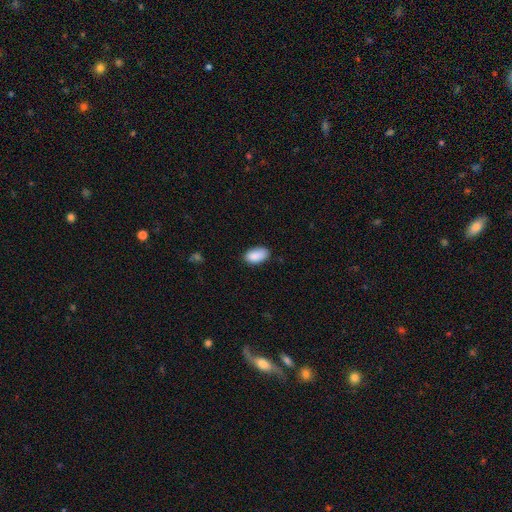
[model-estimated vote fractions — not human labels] Q: Smooth or featured?
A: smooth (90%); runner-up: star or artifact (7%)
Q: How rounded?
A: in between (94%); runner-up: round (4%)
Q: Merging?
A: none (80%); runner-up: minor disturbance (16%)